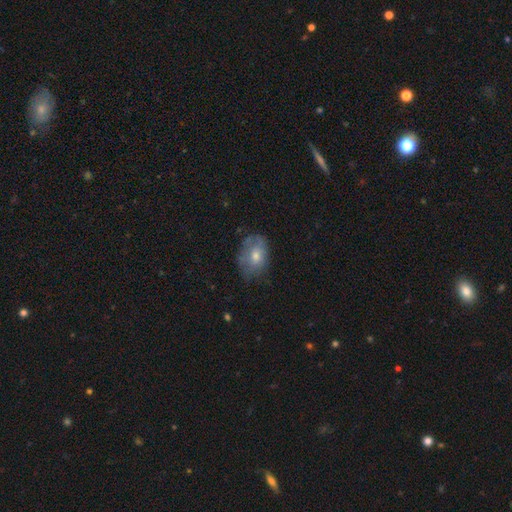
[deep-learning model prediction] This is possibly a smooth galaxy (57%). How rounded: likely in between (77%). Merging: likely none (62%).